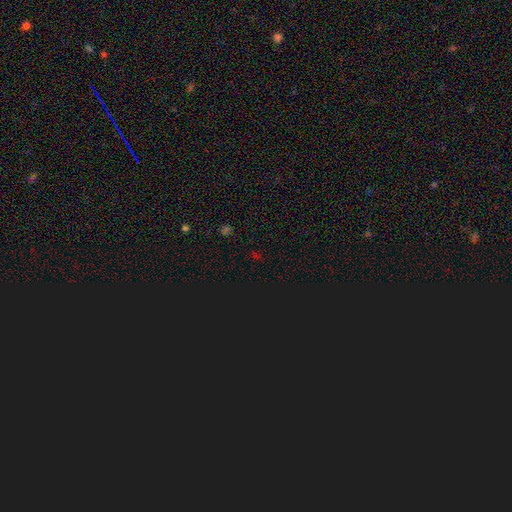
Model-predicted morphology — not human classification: Smooth or featured? Predicted: star or artifact (p=0.72).